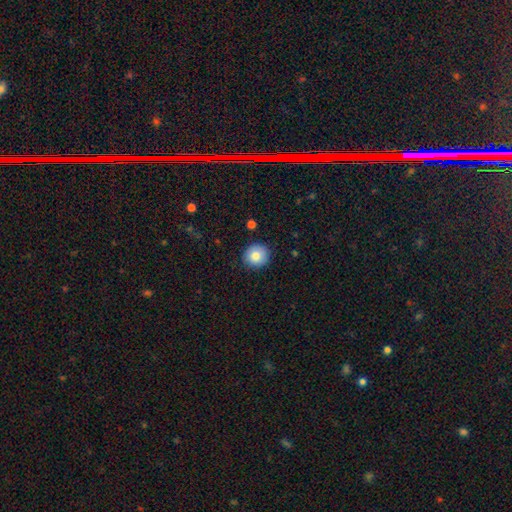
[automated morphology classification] The model was most divided on "smooth or featured": smooth: 82%, featured or disk: 9%, star or artifact: 8%. More confident: how rounded — round (92%); merging — none (89%).